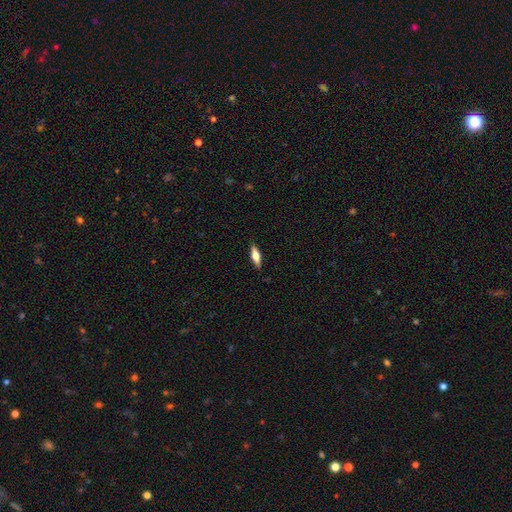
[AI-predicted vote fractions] The model was most divided on "smooth or featured": featured or disk: 48%, smooth: 45%, star or artifact: 7%. More confident: merging — none (88%).